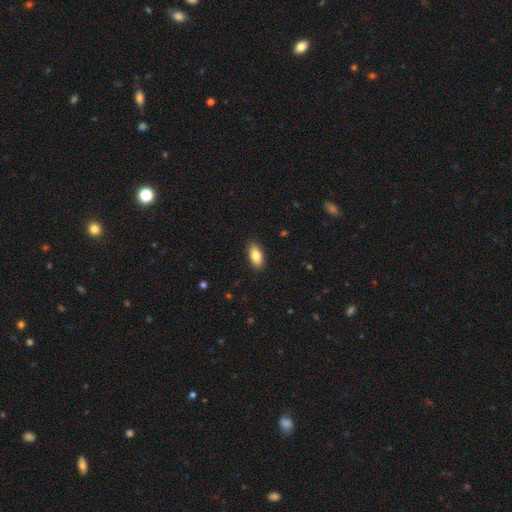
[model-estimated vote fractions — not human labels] A smooth galaxy with no disk features (81%) that is in between round and cigar-shaped (89%).

Vote fractions:
- Smooth or featured? smooth: 81% / featured or disk: 12% / star or artifact: 7%
- How rounded? in between: 89% / cigar-shaped: 8% / round: 3%
- Merging? none: 89% / minor disturbance: 8% / major disturbance: 2% / merger: 1%